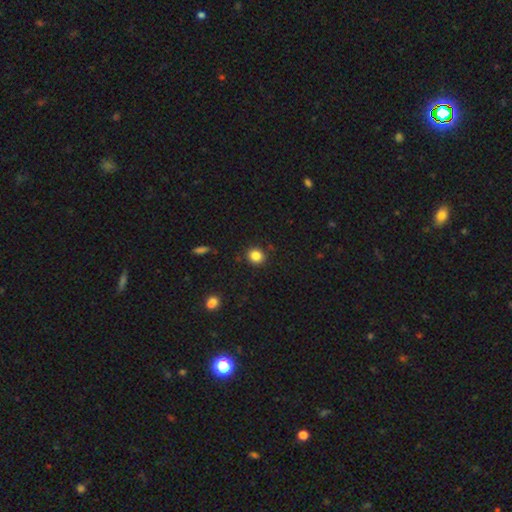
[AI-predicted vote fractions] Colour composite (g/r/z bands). It shows a smooth galaxy with no disk features (84%) that is round (84%). Merging: none (89%).